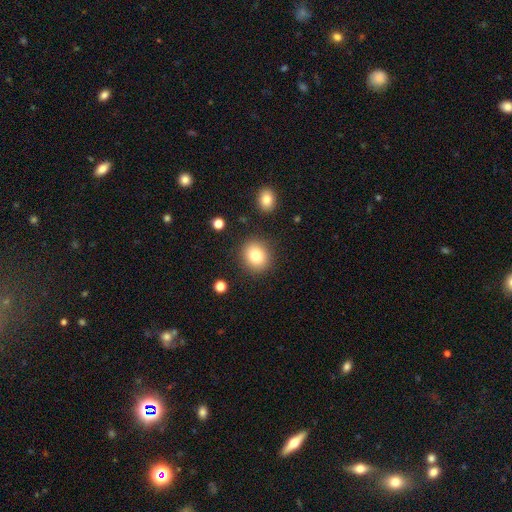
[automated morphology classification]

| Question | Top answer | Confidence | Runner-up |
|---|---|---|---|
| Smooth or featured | smooth | 81% | star or artifact (10%) |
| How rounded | round | 74% | in between (25%) |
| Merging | none | 87% | minor disturbance (8%) |